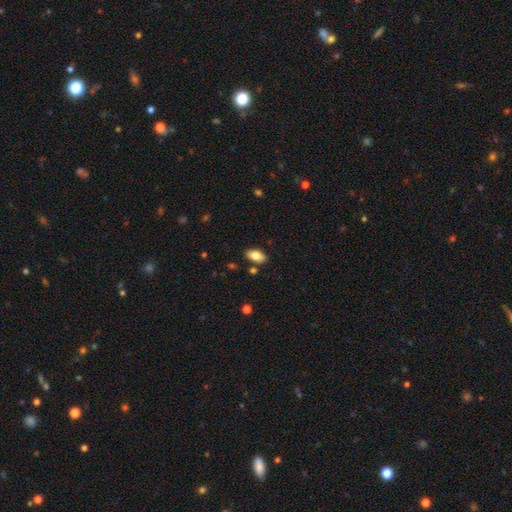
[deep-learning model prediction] smooth_or_featured: smooth (p=0.80) [alt: featured or disk p=0.13]
how_rounded: in between (p=0.93) [alt: round p=0.04]
merging: none (p=0.84) [alt: minor disturbance p=0.10]